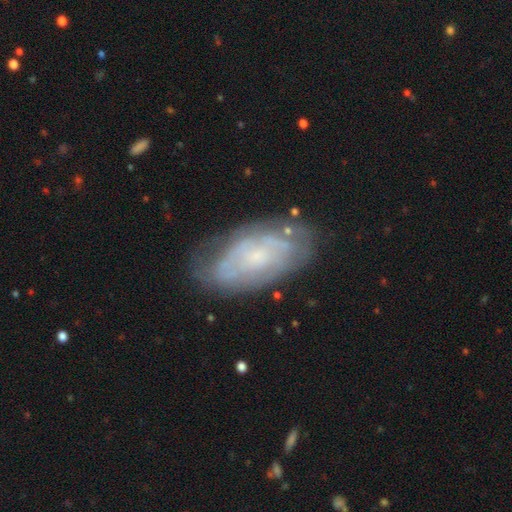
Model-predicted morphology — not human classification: Smooth or featured?
  - featured or disk: 63% *
  - smooth: 29%
  - star or artifact: 8%
Edge-on disk?
  - no: 93% *
  - yes: 7%
Bar?
  - no: 77% *
  - weak: 19%
  - strong: 3%
Spiral arms?
  - yes: 62% *
  - no: 38%
Bulge size?
  - small: 63% *
  - moderate: 22%
  - none: 11%
  - large: 2%
  - dominant: 1%
Merging?
  - none: 68% *
  - minor disturbance: 22%
  - major disturbance: 8%
  - merger: 3%